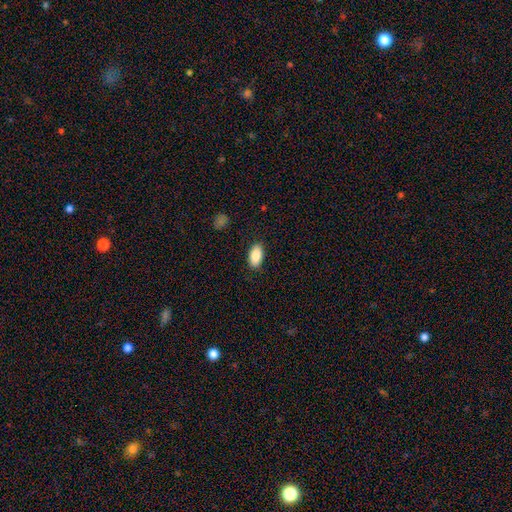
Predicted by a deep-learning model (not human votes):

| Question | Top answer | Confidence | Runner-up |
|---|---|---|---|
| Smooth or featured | smooth | 88% | star or artifact (7%) |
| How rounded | in between | 94% | round (4%) |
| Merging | none | 87% | minor disturbance (10%) |